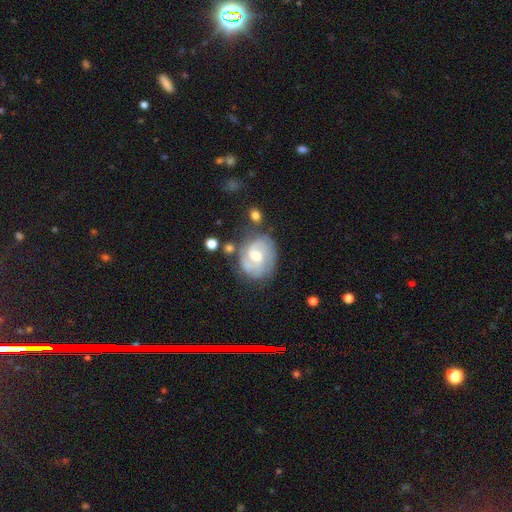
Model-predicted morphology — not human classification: A featured or disk galaxy (74%) with a weak bar (46%), 2 (51%) medium (44%) spiral arms (90%) and a moderate central bulge (63%). Merging: none (61%).